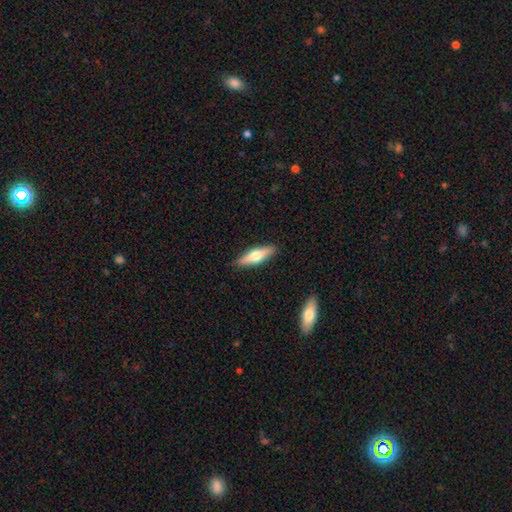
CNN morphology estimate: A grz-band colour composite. It shows a smooth galaxy with no disk features (54%) that is cigar-shaped (62%). Merging: none (89%).